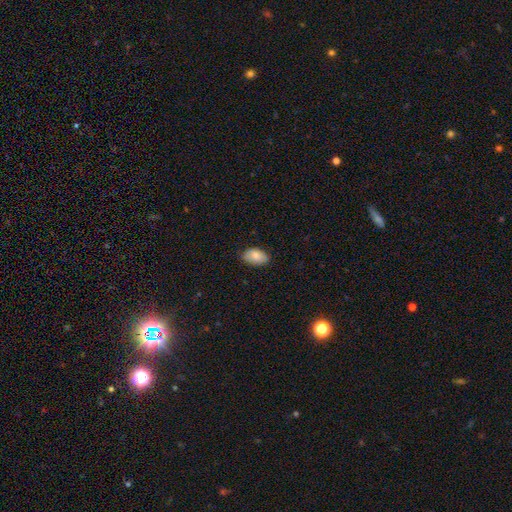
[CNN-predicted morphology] type=smooth (82%); roundness=in between (92%); merging=none (81%).